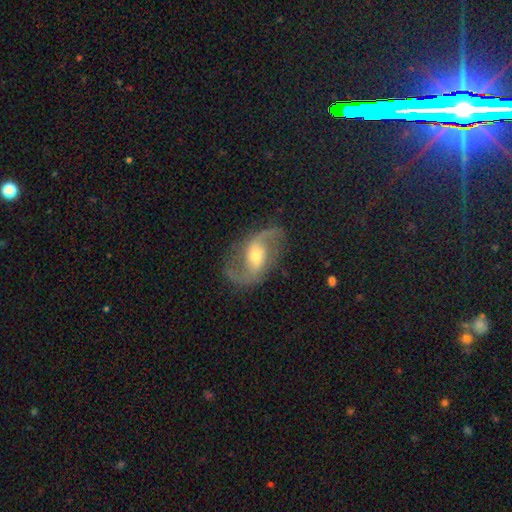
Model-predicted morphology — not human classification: Smooth or featured? Predicted: featured or disk (p=0.90). Edge-on disk? Predicted: no (p=0.97). Bar? Predicted: weak (p=0.42). Spiral arms? Predicted: yes (p=0.96). Spiral winding? Predicted: loose (p=0.60). Spiral arm count? Predicted: 2 (p=0.94). Bulge size? Predicted: moderate (p=0.53). Merging? Predicted: none (p=0.81).